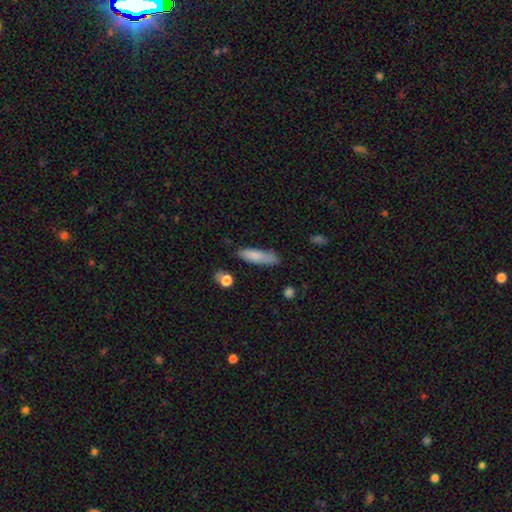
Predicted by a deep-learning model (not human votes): This is clearly a smooth galaxy (82%). How rounded: likely cigar-shaped (65%). Merging: likely none (73%).